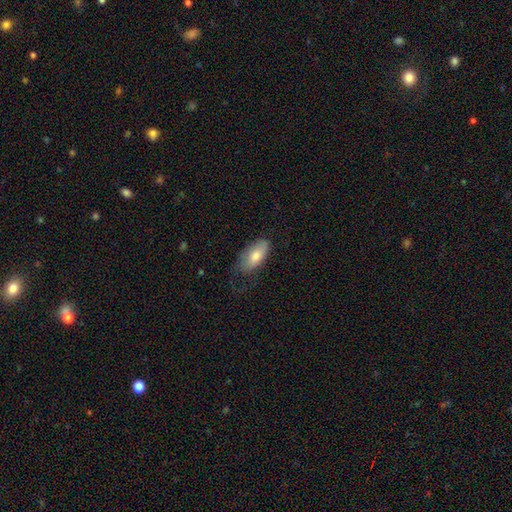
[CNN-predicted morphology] This appears to be a smooth galaxy with no disk features (74%) that is in between round and cigar-shaped (87%). Merging: none (53%).